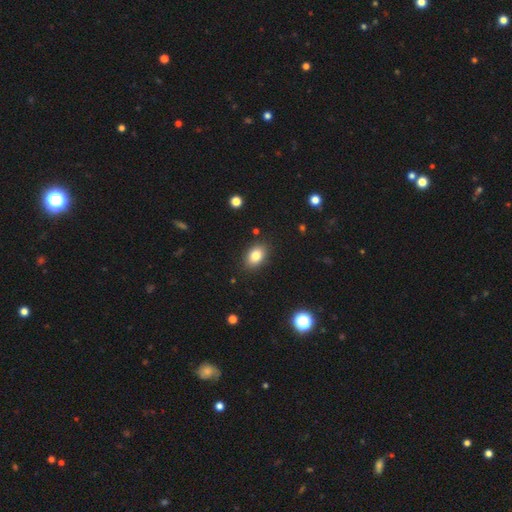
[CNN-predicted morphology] type=smooth (83%); roundness=in between (80%); merging=none (87%).